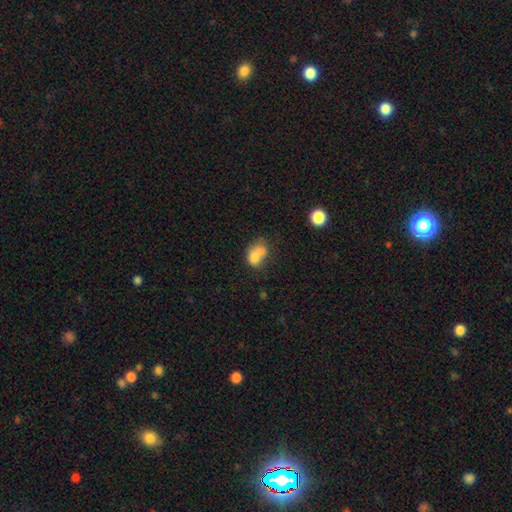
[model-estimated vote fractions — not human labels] smooth-or-featured: smooth: 71% | featured or disk: 18% | star or artifact: 10%
  how-rounded: in between: 57% | round: 42% | cigar-shaped: 1%
  merging: merger: 54% | none: 25% | minor disturbance: 13% | major disturbance: 9%